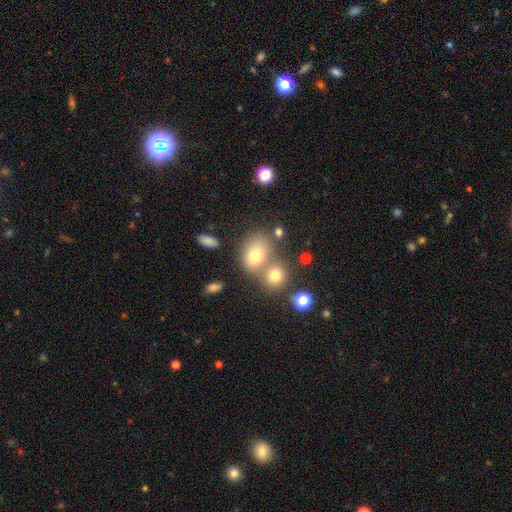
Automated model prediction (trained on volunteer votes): Smooth or featured: smooth — 73% (featured or disk — 14%)
How rounded: in between — 54% (round — 44%)
Merging: none — 47% (merger — 37%)